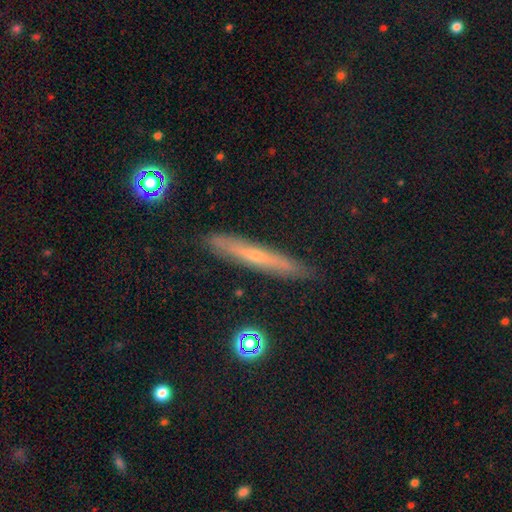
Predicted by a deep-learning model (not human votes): A featured or disk galaxy (51%) viewed edge-on (90%).

Vote fractions:
- Smooth or featured? featured or disk: 51% / smooth: 39% / star or artifact: 9%
- Edge-on disk? yes: 90% / no: 10%
- Merging? none: 88% / minor disturbance: 9% / major disturbance: 2% / merger: 1%